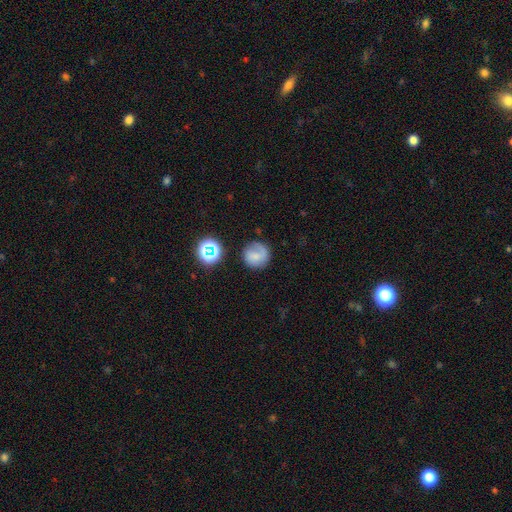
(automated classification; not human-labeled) Q: Smooth or featured?
A: smooth (66%); runner-up: featured or disk (22%)
Q: How rounded?
A: round (91%); runner-up: in between (8%)
Q: Merging?
A: none (72%); runner-up: minor disturbance (17%)